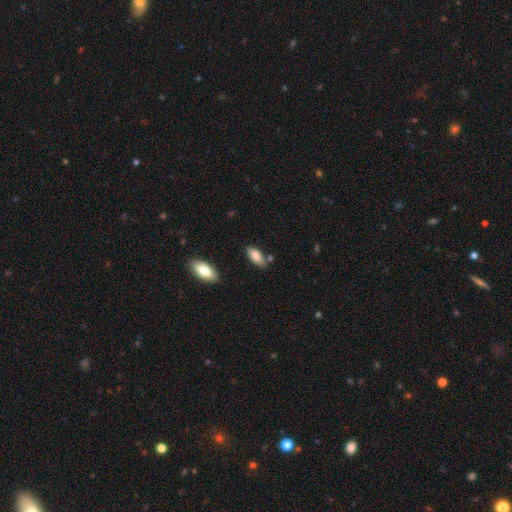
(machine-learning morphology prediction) Smooth or featured? smooth (85%)
How rounded? in between (89%)
Merging? none (69%)